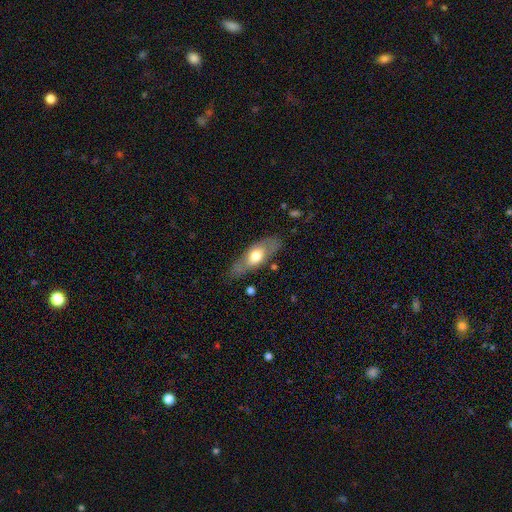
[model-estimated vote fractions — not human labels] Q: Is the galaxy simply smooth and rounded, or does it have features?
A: smooth — 54%.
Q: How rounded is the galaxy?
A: in between — 74%.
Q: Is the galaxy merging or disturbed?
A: none — 74%.